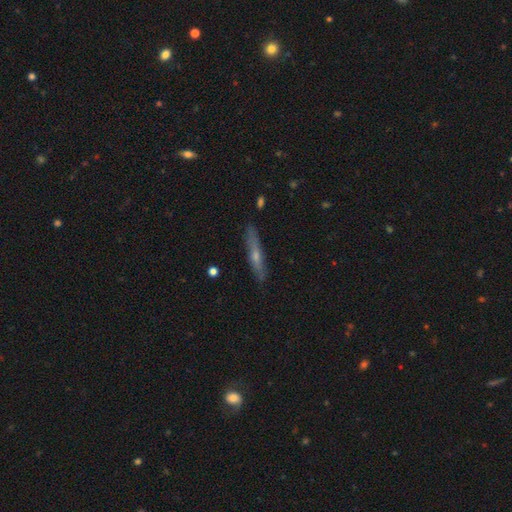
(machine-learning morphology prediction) A featured or disk galaxy (55%) viewed edge-on (90%). Merging: none (86%).